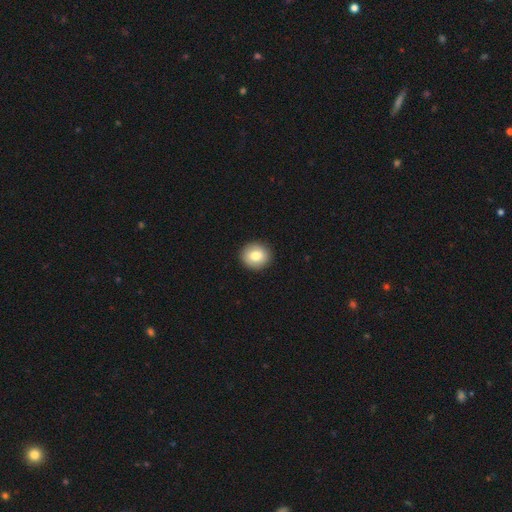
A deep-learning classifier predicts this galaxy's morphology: This appears to be a smooth galaxy with no disk features (80%) that is round (89%). Merging: none (92%).